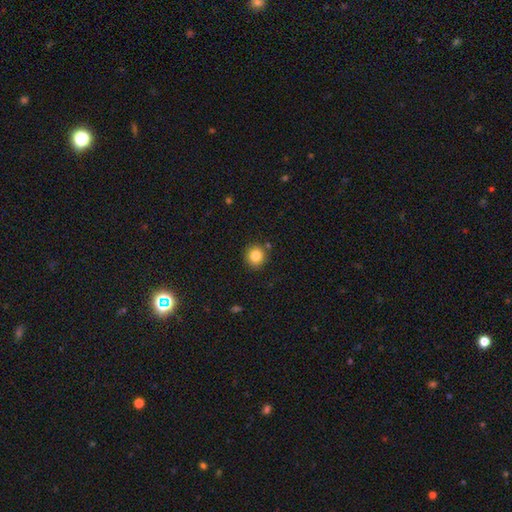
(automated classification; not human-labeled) This is clearly a smooth galaxy (82%). How rounded: clearly round (92%). Merging: clearly none (87%).